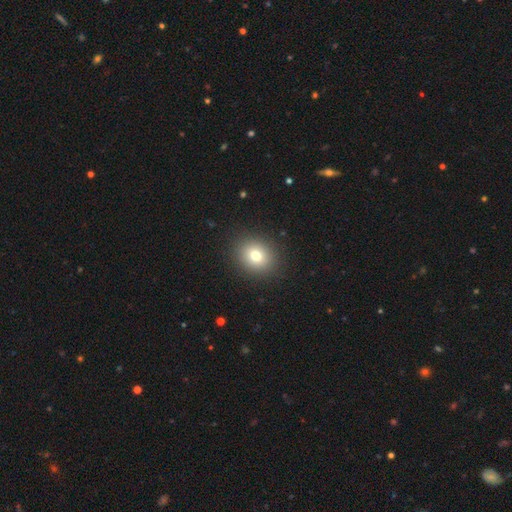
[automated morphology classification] Smooth or featured? smooth (76%)
How rounded? round (70%)
Merging? none (90%)